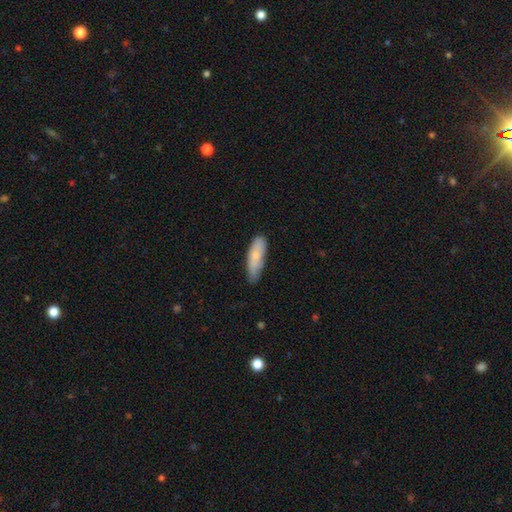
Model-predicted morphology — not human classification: This appears to be a smooth galaxy with no disk features (79%) that is cigar-shaped (52%). Merging: none (68%).